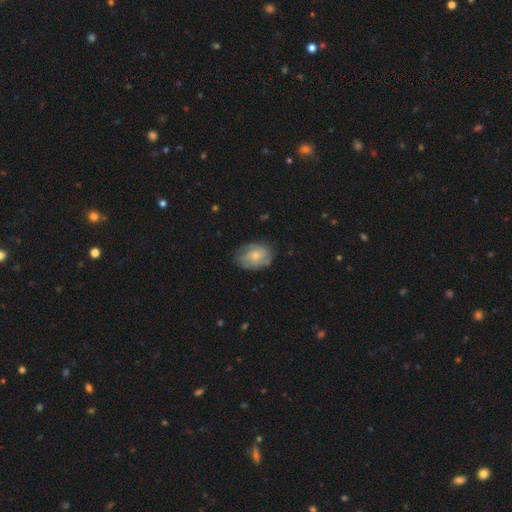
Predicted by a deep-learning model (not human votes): Overall: featured or disk (50%; smooth 43%). Edge-on disk: no (97%). Merging: none (70%).